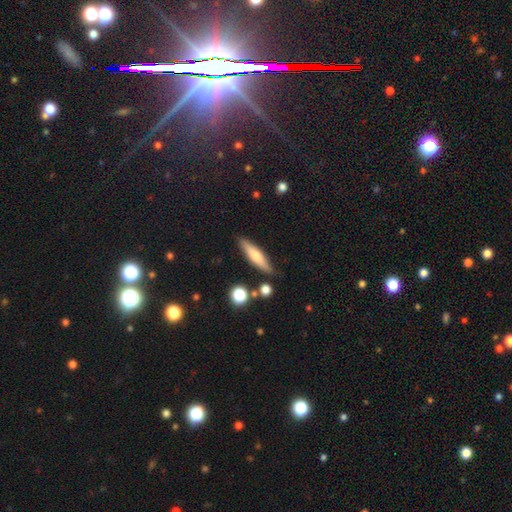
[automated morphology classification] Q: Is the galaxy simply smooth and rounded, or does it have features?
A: smooth — 60%.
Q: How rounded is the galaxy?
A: cigar-shaped — 75%.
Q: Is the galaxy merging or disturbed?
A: none — 84%.